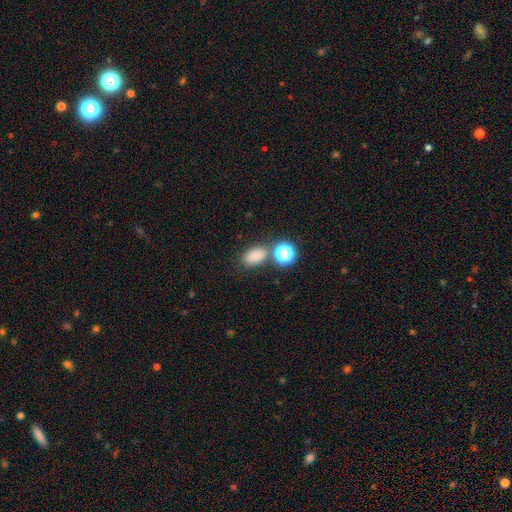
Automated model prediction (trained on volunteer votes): Q: Smooth or featured?
A: smooth (79%); runner-up: star or artifact (15%)
Q: How rounded?
A: in between (79%); runner-up: round (19%)
Q: Merging?
A: none (69%); runner-up: merger (14%)